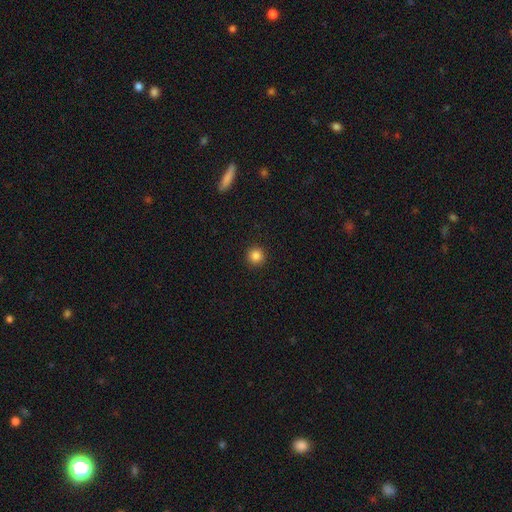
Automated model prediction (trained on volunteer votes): Smooth or featured? smooth (85%)
How rounded? round (95%)
Merging? none (93%)